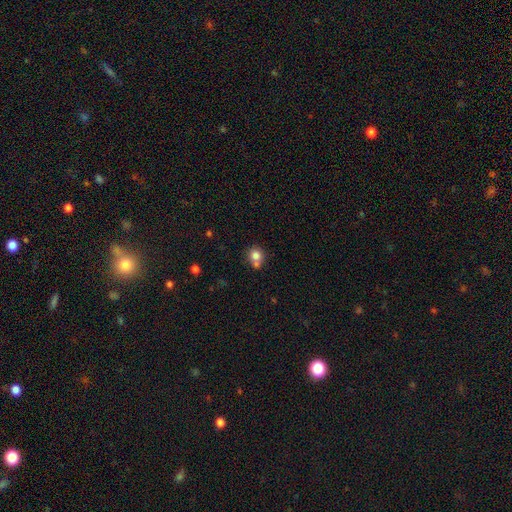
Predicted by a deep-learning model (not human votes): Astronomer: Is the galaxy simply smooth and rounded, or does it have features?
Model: smooth — 79%.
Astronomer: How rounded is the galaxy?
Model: round — 86%.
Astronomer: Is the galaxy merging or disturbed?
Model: none — 53% (runner-up: merger, 33%).